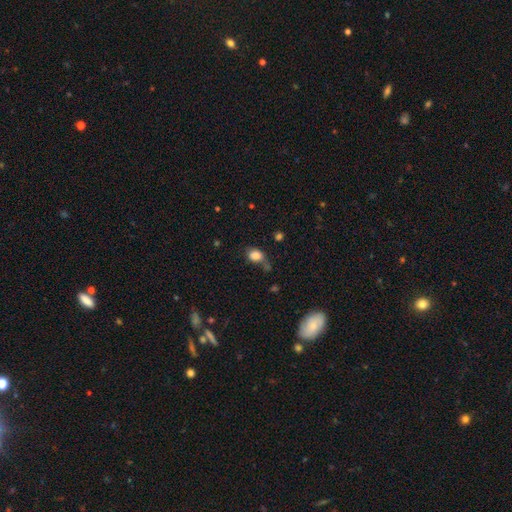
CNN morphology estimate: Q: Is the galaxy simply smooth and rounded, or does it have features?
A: smooth — 83%.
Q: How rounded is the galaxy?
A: in between — 63%.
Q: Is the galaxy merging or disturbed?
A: none — 57%.